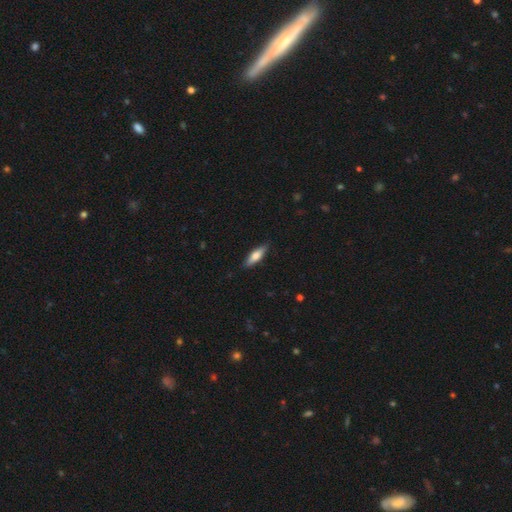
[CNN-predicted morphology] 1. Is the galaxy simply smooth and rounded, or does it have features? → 66% smooth, 29% featured or disk, 6% star or artifact.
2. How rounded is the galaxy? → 52% cigar-shaped, 46% in between, 2% round.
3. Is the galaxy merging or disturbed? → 88% none, 9% minor disturbance, 2% major disturbance, 1% merger.